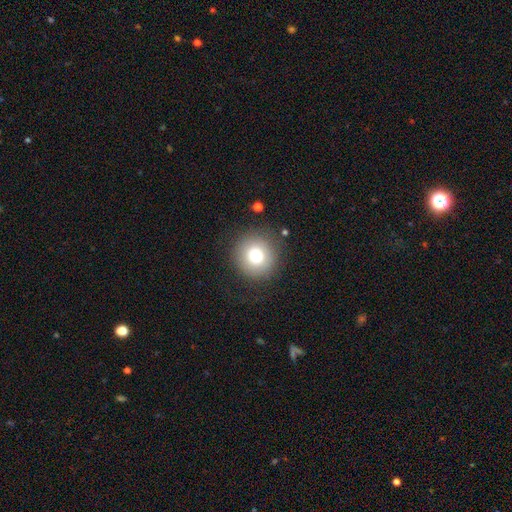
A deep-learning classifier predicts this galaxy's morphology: smooth-or-featured: smooth: 77% | featured or disk: 12% | star or artifact: 12%
  how-rounded: round: 94% | in between: 5% | cigar-shaped: 1%
  merging: none: 86% | minor disturbance: 8% | major disturbance: 4% | merger: 2%